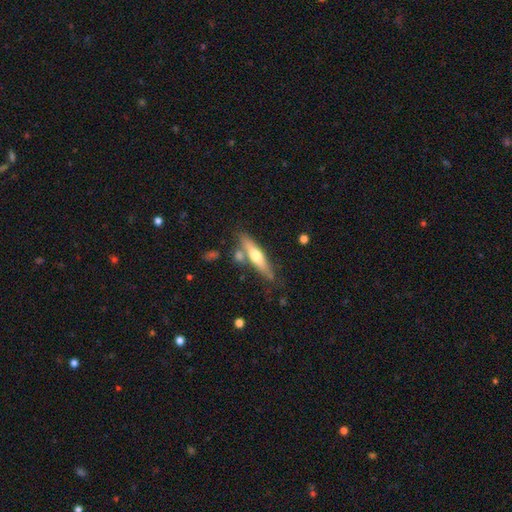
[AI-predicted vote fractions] Overall: featured or disk (48%; smooth 46%). Merging: none (69%).